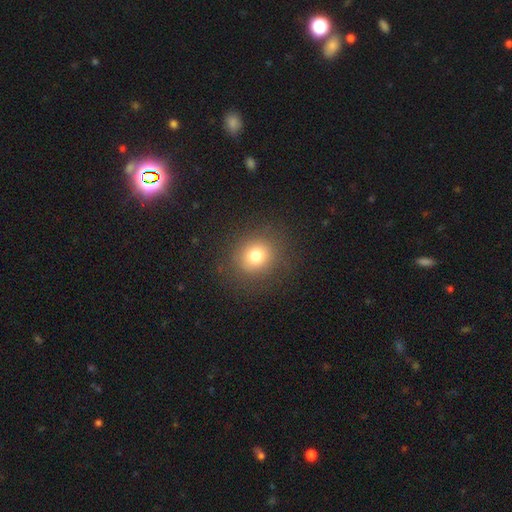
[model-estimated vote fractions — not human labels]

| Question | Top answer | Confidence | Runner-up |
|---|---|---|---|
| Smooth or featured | smooth | 76% | star or artifact (14%) |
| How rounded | round | 84% | in between (15%) |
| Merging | none | 87% | minor disturbance (8%) |